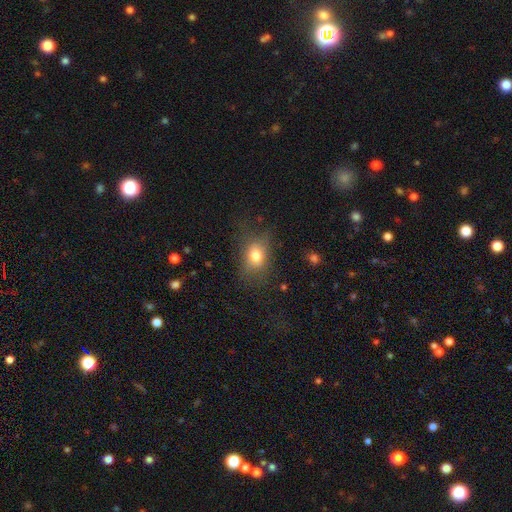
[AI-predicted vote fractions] Smooth or featured? smooth (73%)
How rounded? in between (62%)
Merging? none (63%)